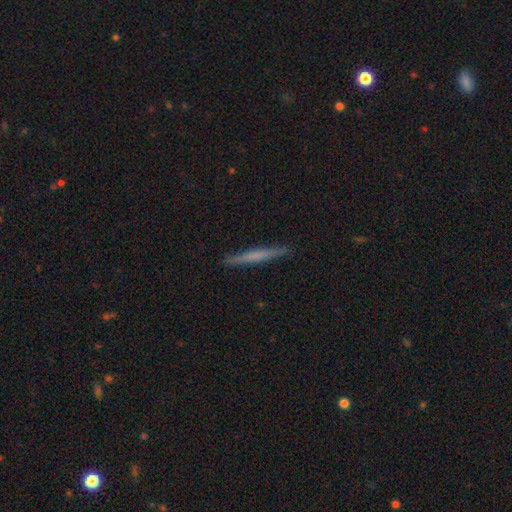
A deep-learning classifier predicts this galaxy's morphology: This is possibly a smooth galaxy (47%, tied with featured or disk). Merging: clearly none (91%).